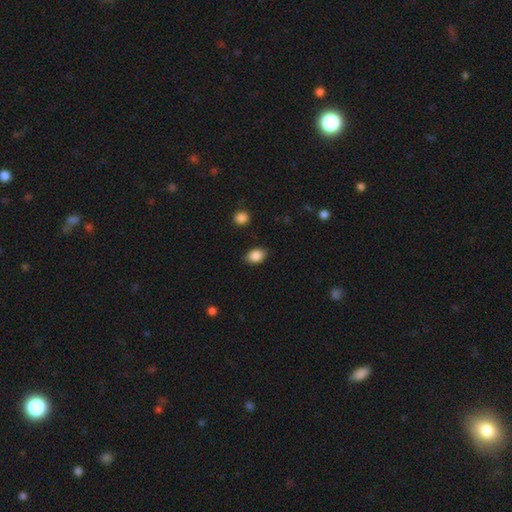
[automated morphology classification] type=smooth (87%); roundness=in between (80%); merging=none (85%).